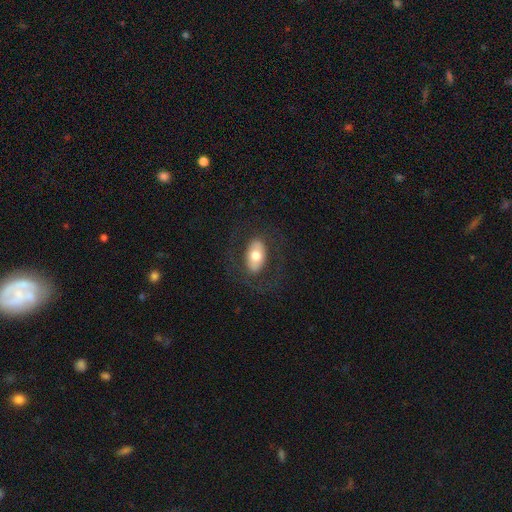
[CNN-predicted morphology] Smooth or featured? Predicted: smooth (p=0.59). How rounded? Predicted: in between (p=0.91). Merging? Predicted: none (p=0.76).